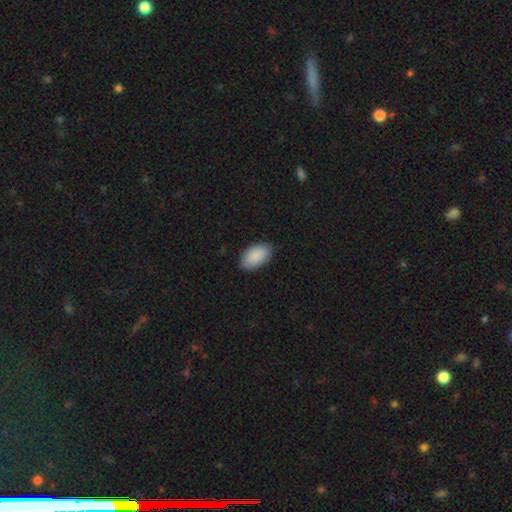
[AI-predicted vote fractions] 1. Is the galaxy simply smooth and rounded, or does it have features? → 90% smooth, 6% star or artifact, 5% featured or disk.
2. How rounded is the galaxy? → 95% in between, 3% round, 1% cigar-shaped.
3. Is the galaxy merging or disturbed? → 86% none, 11% minor disturbance, 2% major disturbance, 1% merger.